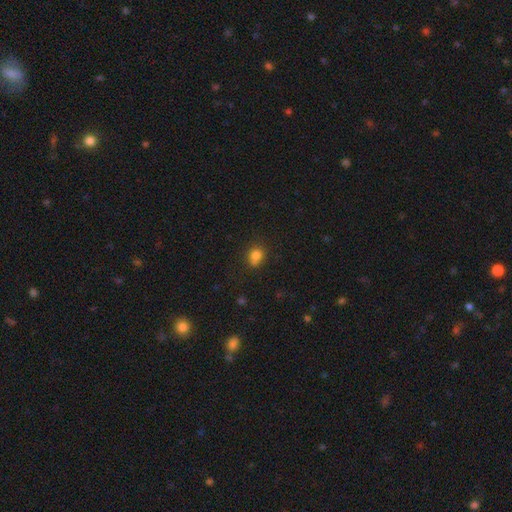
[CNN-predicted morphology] A smooth galaxy with no disk features (79%) that is round (66%).

Vote fractions:
- Smooth or featured? smooth: 79% / star or artifact: 13% / featured or disk: 9%
- How rounded? round: 66% / in between: 33% / cigar-shaped: 1%
- Merging? none: 56% / minor disturbance: 20% / merger: 18% / major disturbance: 6%